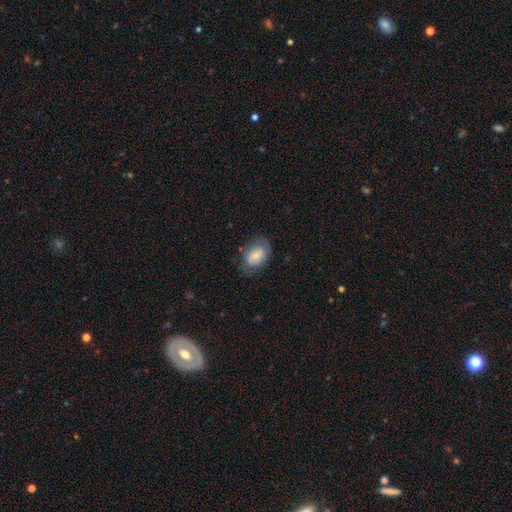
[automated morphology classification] The model was most divided on "merging": none: 67%, minor disturbance: 23%, major disturbance: 9%, merger: 1%. More confident: how rounded — in between (83%); smooth or featured — smooth (69%).